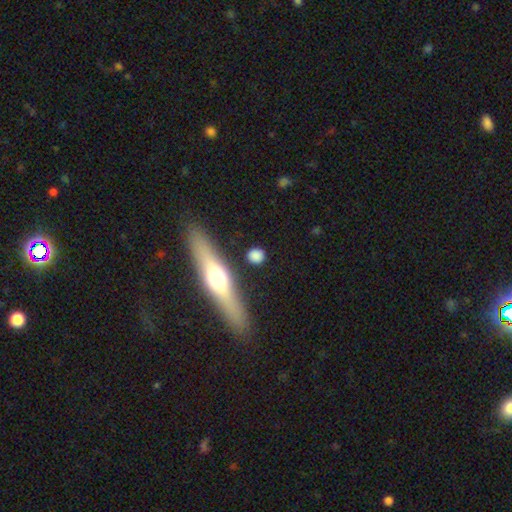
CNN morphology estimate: This appears to be a smooth galaxy with no disk features (74%) that is round (72%). Merging: none (85%).